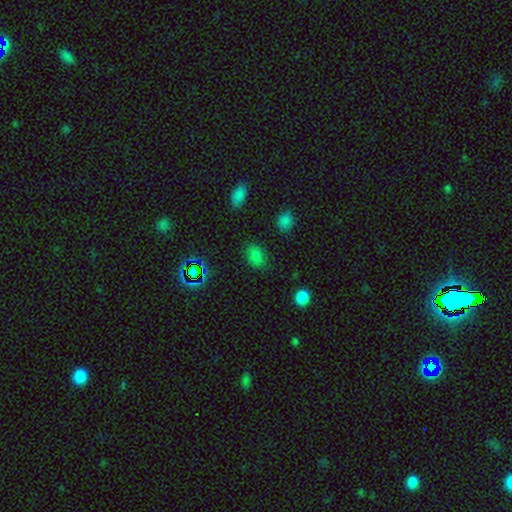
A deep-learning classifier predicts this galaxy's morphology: type=smooth (79%); roundness=in between (80%); merging=none (81%).